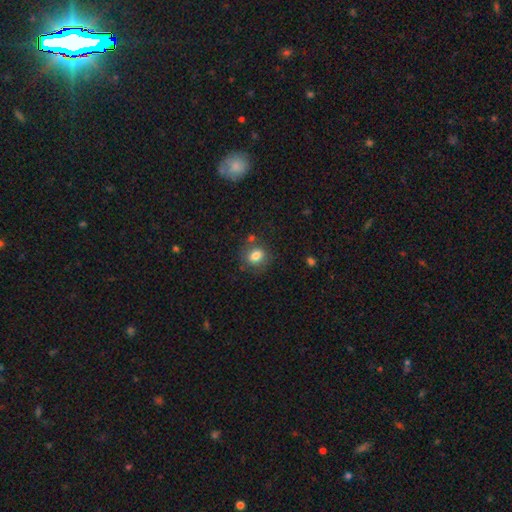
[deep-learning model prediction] Q: Smooth or featured?
A: smooth (80%); runner-up: featured or disk (10%)
Q: How rounded?
A: round (54%); runner-up: in between (45%)
Q: Merging?
A: none (74%); runner-up: minor disturbance (15%)